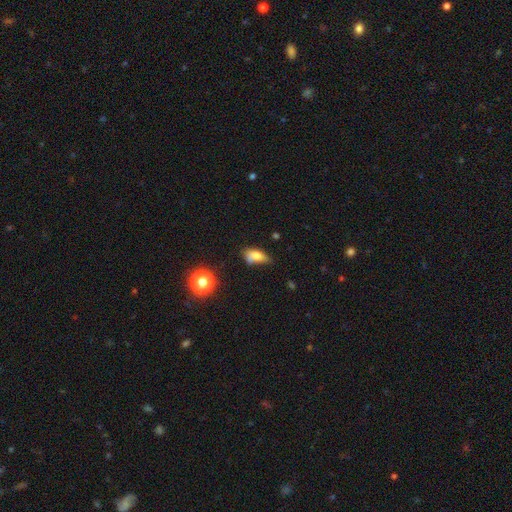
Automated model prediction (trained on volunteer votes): This appears to be a smooth galaxy with no disk features (74%) that is in between round and cigar-shaped (83%). Merging: minor disturbance (39%).